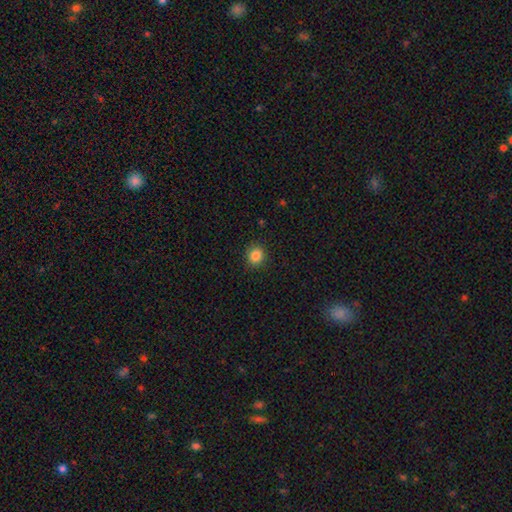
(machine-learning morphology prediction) The model was most divided on "how rounded": round: 82%, in between: 17%, cigar-shaped: 1%. More confident: merging — none (90%); smooth or featured — smooth (85%).